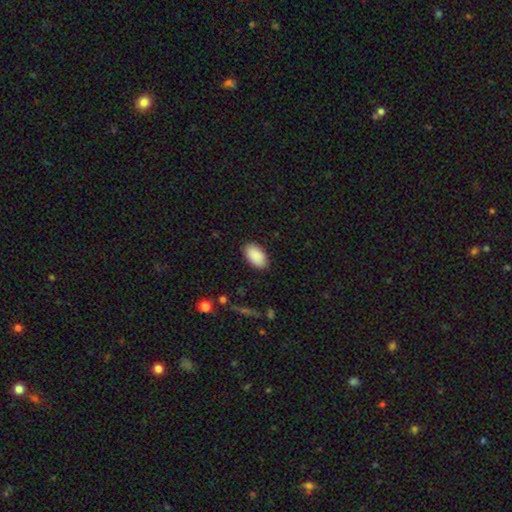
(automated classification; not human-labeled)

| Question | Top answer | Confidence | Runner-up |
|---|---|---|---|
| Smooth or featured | smooth | 91% | star or artifact (6%) |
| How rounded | in between | 95% | round (4%) |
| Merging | none | 88% | minor disturbance (9%) |